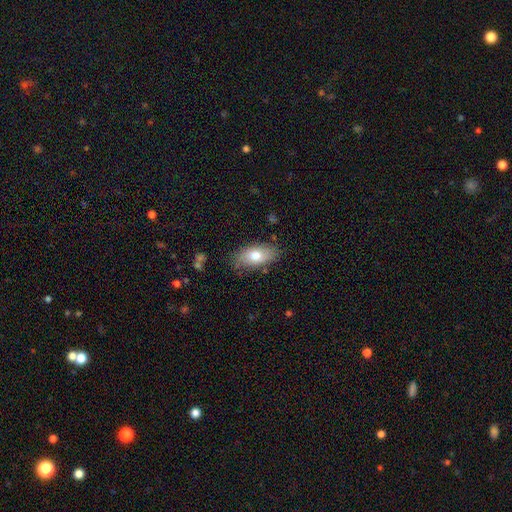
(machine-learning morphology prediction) Smooth or featured? Predicted: smooth (p=0.76). How rounded? Predicted: in between (p=0.90). Merging? Predicted: none (p=0.80).